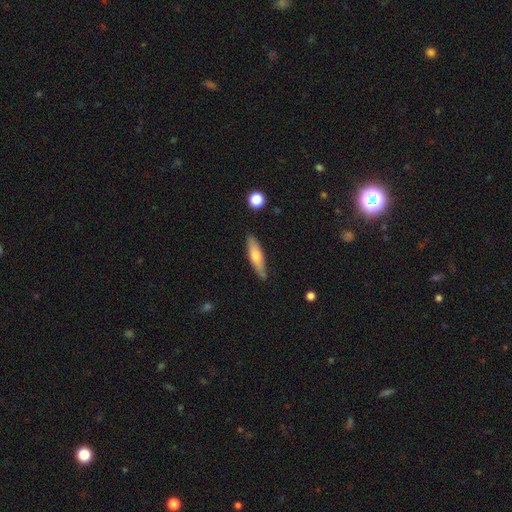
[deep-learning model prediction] Smooth or featured?
  - smooth: 57% *
  - featured or disk: 36%
  - star or artifact: 6%
How rounded?
  - cigar-shaped: 74% *
  - in between: 24%
  - round: 2%
Merging?
  - none: 84% *
  - minor disturbance: 12%
  - major disturbance: 2%
  - merger: 2%